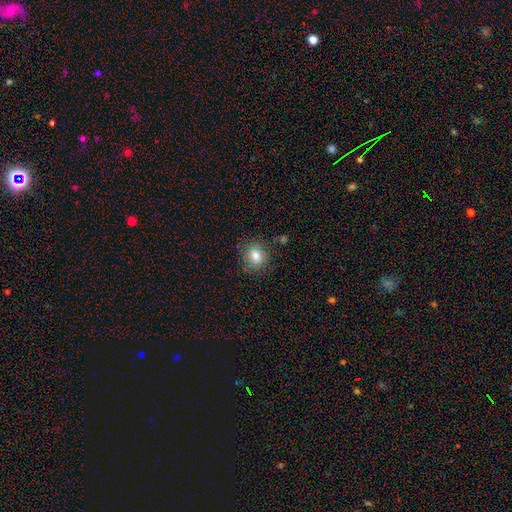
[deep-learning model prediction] Morphology: type=smooth (80%); roundness=round (82%); merging=none (79%).